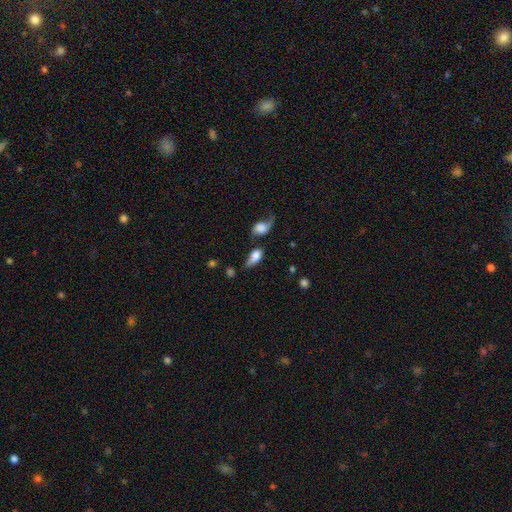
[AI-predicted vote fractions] Morphology: type=smooth (71%); roundness=in between (83%); merging=none (31%).